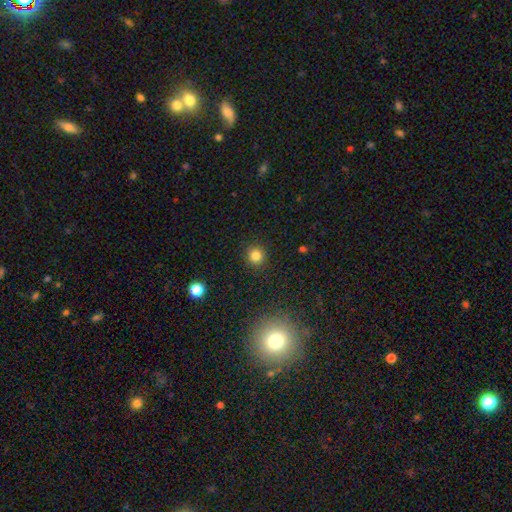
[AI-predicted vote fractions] Smooth or featured: smooth — 82% (star or artifact — 13%)
How rounded: round — 90% (in between — 9%)
Merging: none — 91% (minor disturbance — 6%)